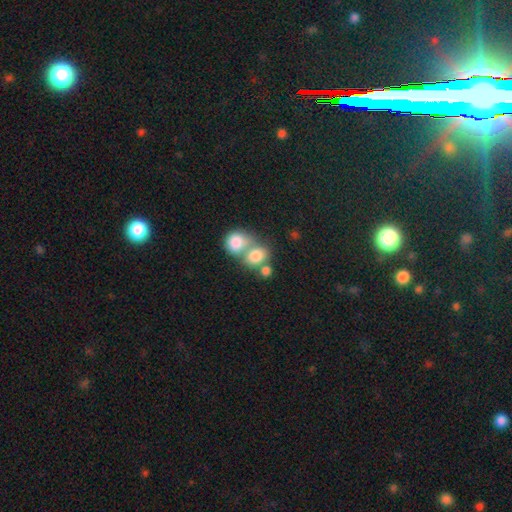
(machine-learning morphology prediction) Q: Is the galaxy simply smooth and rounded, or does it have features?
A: smooth — 79%.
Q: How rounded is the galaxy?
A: in between — 51%.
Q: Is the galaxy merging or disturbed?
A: merger — 61%.